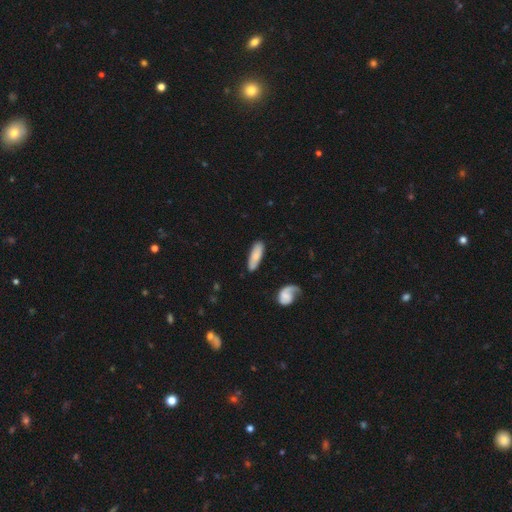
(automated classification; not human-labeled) Morphology: type=smooth (78%); roundness=in between (49%); merging=none (78%).